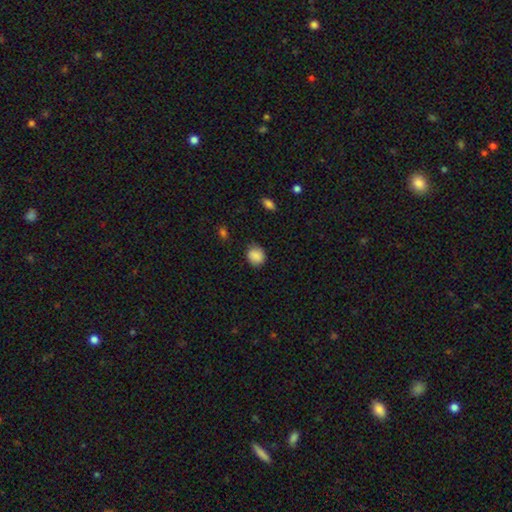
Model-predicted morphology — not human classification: A smooth galaxy with no disk features (88%) that is round (76%). Merging: none (82%).